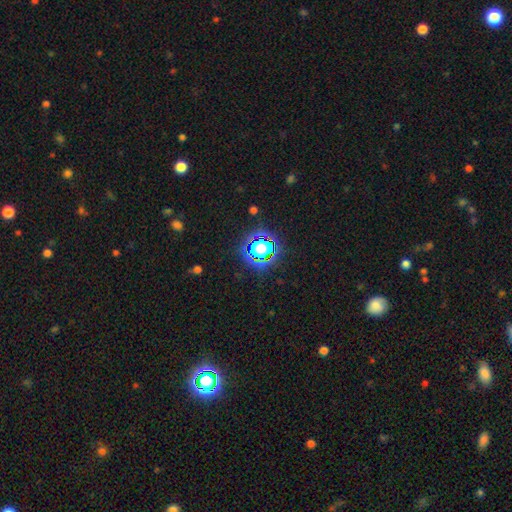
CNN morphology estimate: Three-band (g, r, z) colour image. It shows a star or artifact, not a galaxy (77%).